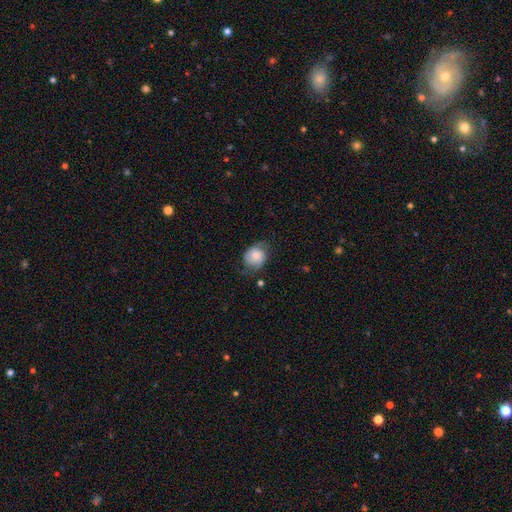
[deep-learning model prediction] smooth-or-featured: smooth: 62% | featured or disk: 30% | star or artifact: 8%
  how-rounded: round: 61% | in between: 38% | cigar-shaped: 1%
  merging: none: 57% | minor disturbance: 30% | major disturbance: 12% | merger: 2%